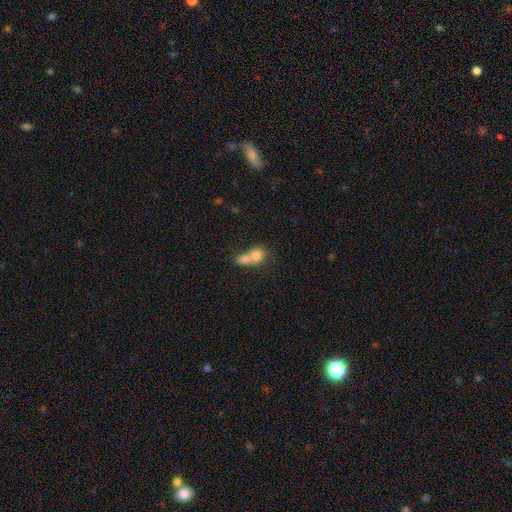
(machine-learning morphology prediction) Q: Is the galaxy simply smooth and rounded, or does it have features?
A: smooth — 73%.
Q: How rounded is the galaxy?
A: round — 66%.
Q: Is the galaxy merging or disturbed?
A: merger — 71%.